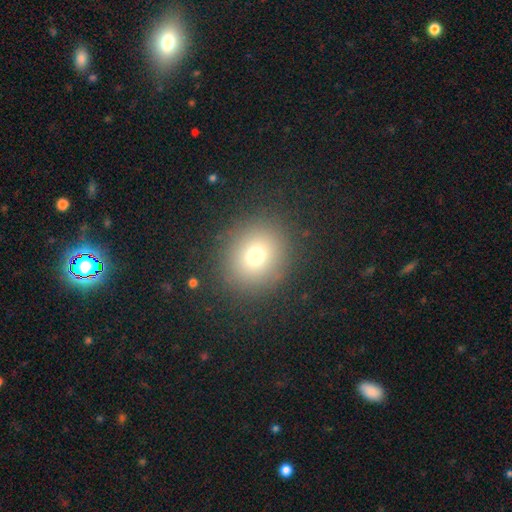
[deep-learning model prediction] A smooth galaxy with no disk features (72%) that is round (83%). Merging: none (88%).